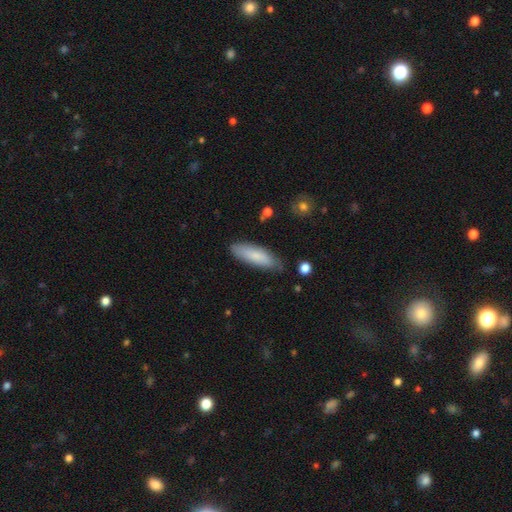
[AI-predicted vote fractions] Smooth or featured: smooth — 78% (featured or disk — 16%)
How rounded: cigar-shaped — 49% (tied with in between — 49%)
Merging: none — 78% (minor disturbance — 17%)